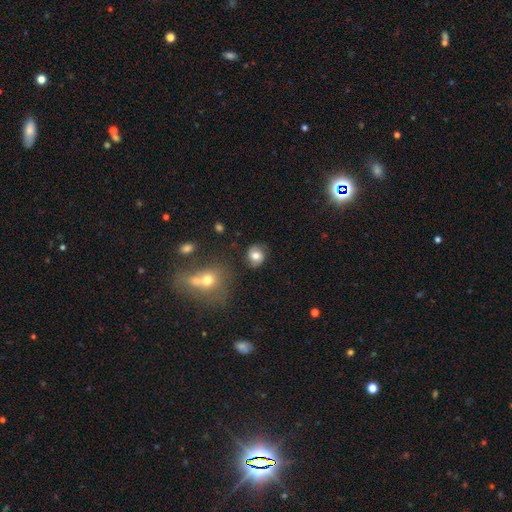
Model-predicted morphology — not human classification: Smooth or featured? smooth (68%)
How rounded? round (75%)
Merging? none (79%)